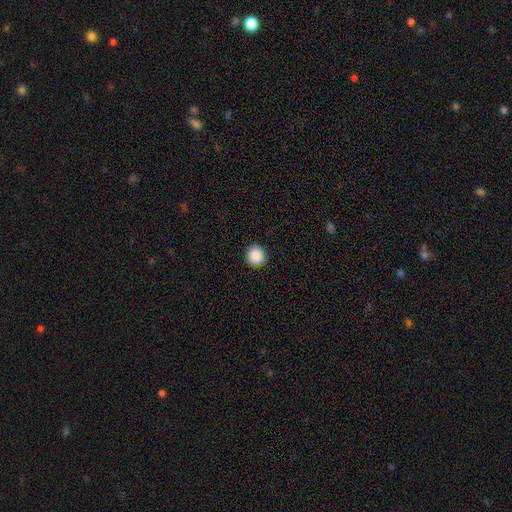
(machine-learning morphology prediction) Smooth or featured? smooth (89%)
How rounded? round (94%)
Merging? none (92%)